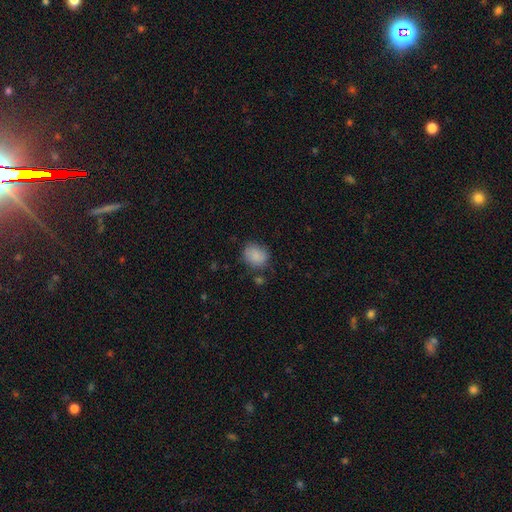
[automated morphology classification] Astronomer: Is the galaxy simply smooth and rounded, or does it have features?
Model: smooth — 85%.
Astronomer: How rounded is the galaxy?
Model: round — 60% (runner-up: in between, 39%).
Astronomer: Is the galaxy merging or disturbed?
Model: none — 69%.